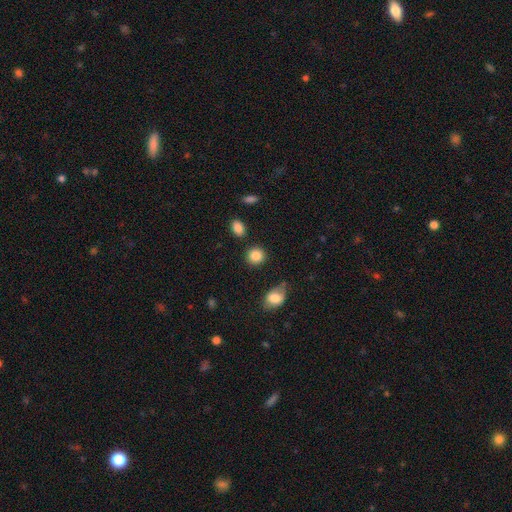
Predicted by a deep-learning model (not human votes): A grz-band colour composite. It shows a smooth galaxy with no disk features (87%) that is round (85%). Merging: none (85%).